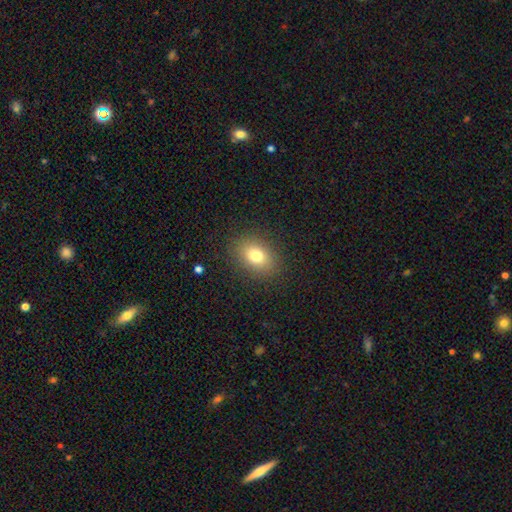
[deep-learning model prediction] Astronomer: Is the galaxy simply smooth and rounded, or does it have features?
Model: smooth — 77%.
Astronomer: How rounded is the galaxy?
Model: in between — 69%.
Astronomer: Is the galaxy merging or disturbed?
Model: none — 87%.